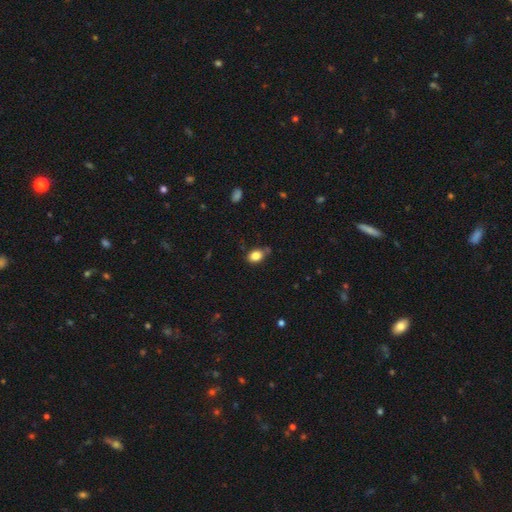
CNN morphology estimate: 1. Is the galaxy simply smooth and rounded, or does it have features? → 84% smooth, 10% star or artifact, 6% featured or disk.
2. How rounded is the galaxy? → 74% in between, 25% round, 1% cigar-shaped.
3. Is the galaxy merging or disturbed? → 74% none, 18% minor disturbance, 5% merger, 4% major disturbance.